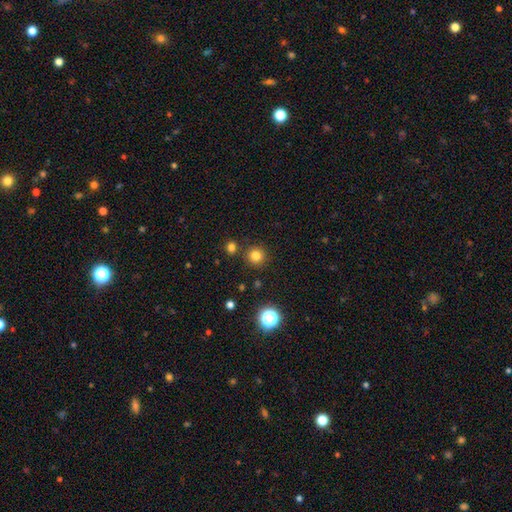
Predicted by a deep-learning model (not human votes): A smooth galaxy with no disk features (80%) that is round (94%). Merging: none (86%).